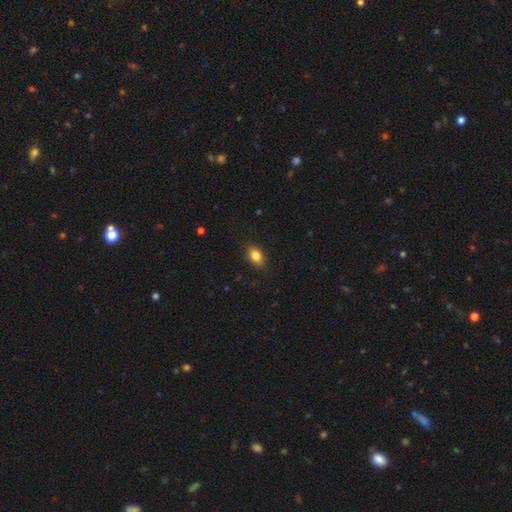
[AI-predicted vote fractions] smooth-or-featured: smooth: 83% | star or artifact: 9% | featured or disk: 7%
  how-rounded: in between: 78% | round: 20% | cigar-shaped: 2%
  merging: none: 86% | minor disturbance: 10% | major disturbance: 2% | merger: 1%